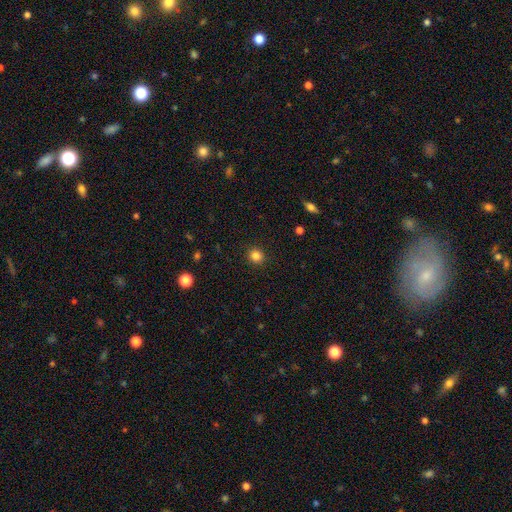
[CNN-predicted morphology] smooth-or-featured: smooth: 84% | star or artifact: 12% | featured or disk: 4%
  how-rounded: round: 87% | in between: 12% | cigar-shaped: 1%
  merging: none: 92% | minor disturbance: 6% | major disturbance: 2% | merger: 1%